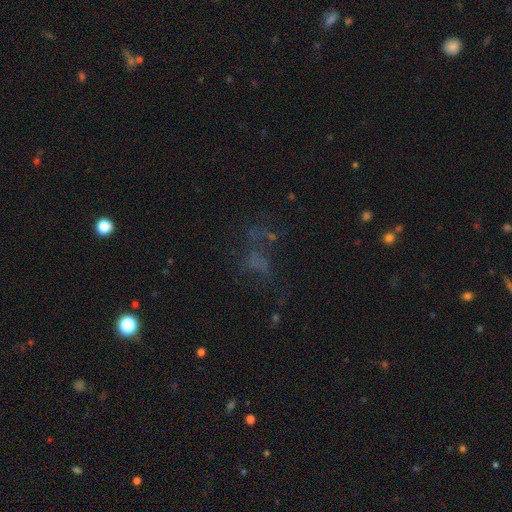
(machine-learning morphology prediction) Q: Smooth or featured?
A: star or artifact (41%); runner-up: featured or disk (33%)